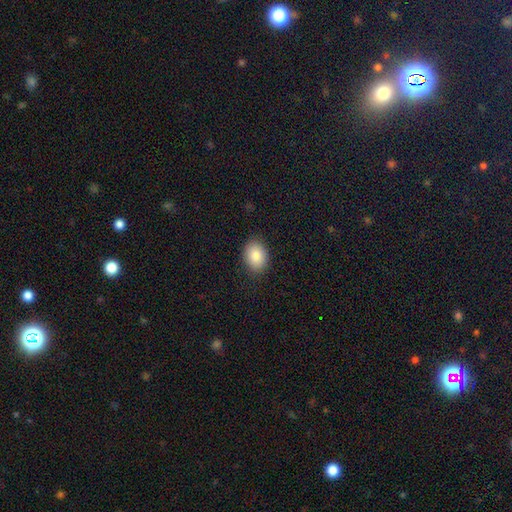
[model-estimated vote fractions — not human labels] Smooth or featured? Predicted: smooth (p=0.86). How rounded? Predicted: in between (p=0.72). Merging? Predicted: none (p=0.87).